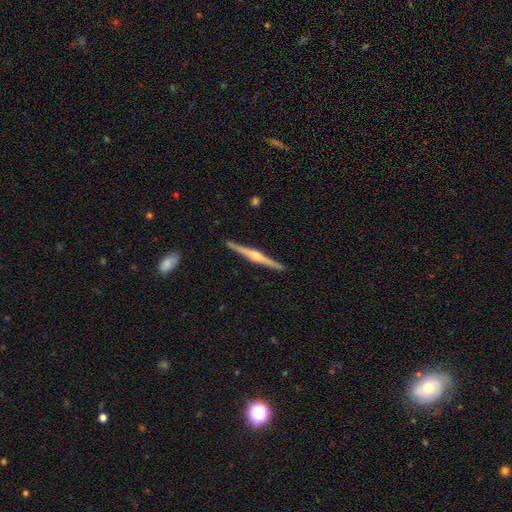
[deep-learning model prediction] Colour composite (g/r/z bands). It shows a featured or disk galaxy (83%) viewed edge-on (99%) with a rounded central bulge (91%). Merging: none (92%).